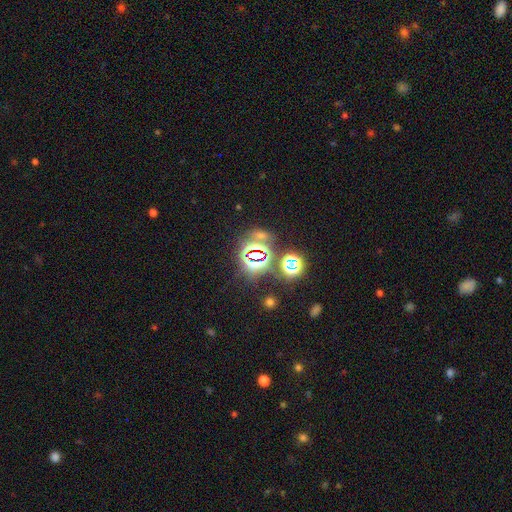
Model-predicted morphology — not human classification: Q: Smooth or featured?
A: star or artifact (75%); runner-up: smooth (17%)